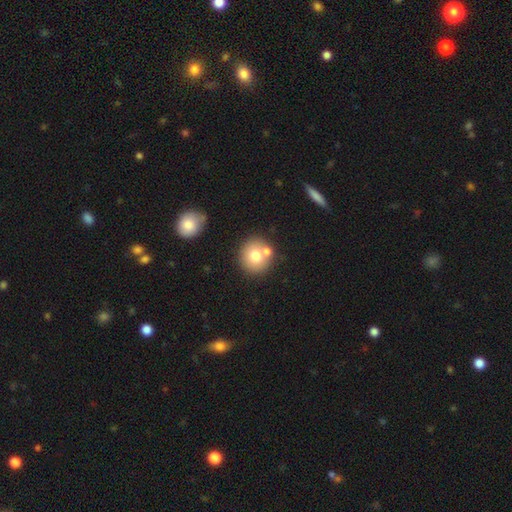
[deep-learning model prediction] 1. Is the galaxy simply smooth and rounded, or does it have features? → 73% smooth, 17% featured or disk, 10% star or artifact.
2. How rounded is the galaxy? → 89% round, 10% in between, 1% cigar-shaped.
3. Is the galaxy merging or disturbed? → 65% none, 24% merger, 9% minor disturbance, 3% major disturbance.